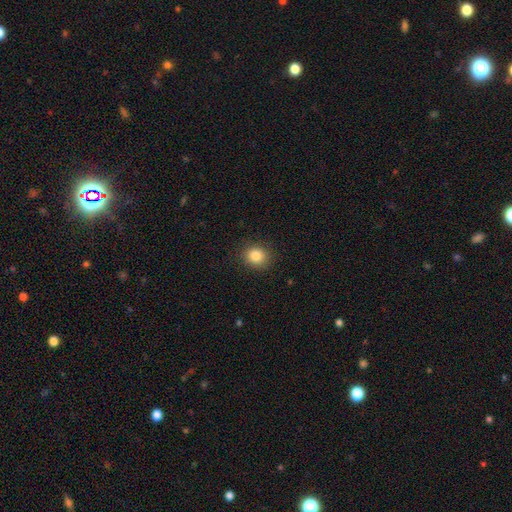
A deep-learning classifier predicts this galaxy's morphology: This appears to be a smooth galaxy with no disk features (84%) that is round (79%). Merging: none (89%).